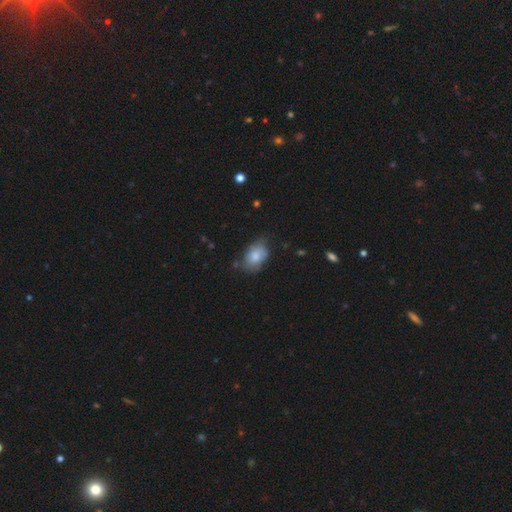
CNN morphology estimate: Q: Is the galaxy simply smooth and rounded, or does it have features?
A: smooth — 77%.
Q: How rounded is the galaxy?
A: in between — 83%.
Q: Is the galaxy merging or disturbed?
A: none — 58%.